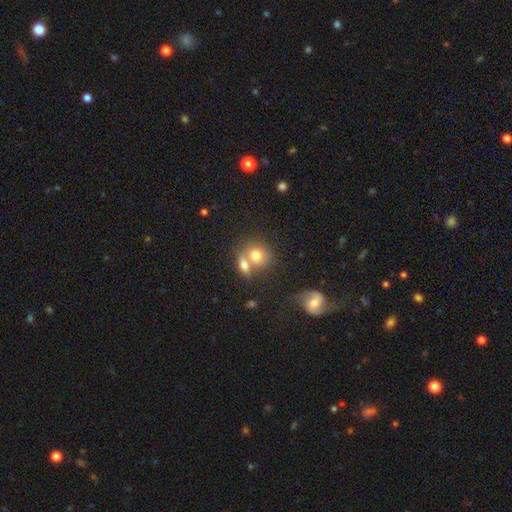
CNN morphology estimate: Smooth or featured? smooth (72%)
How rounded? round (68%)
Merging? merger (51%)